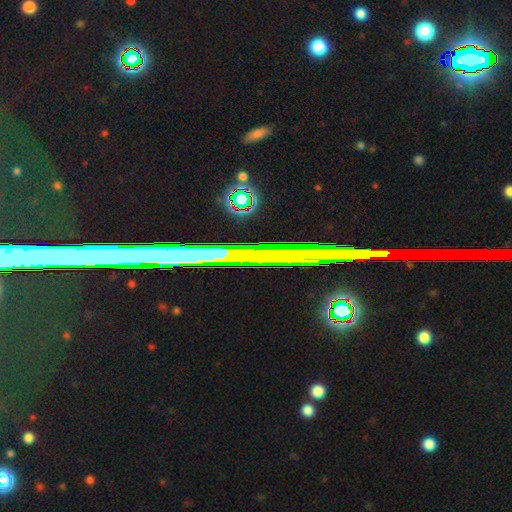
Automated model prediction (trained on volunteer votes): Smooth or featured: star or artifact — 64% (featured or disk — 24%)